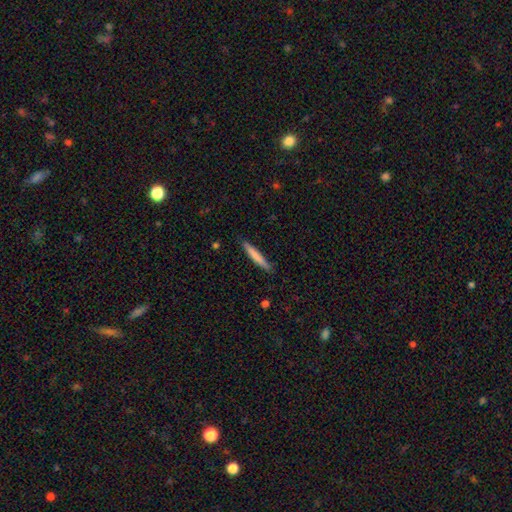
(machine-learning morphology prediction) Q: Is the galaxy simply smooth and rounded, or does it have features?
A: smooth — 76%.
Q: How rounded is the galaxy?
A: cigar-shaped — 95%.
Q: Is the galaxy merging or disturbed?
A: none — 89%.